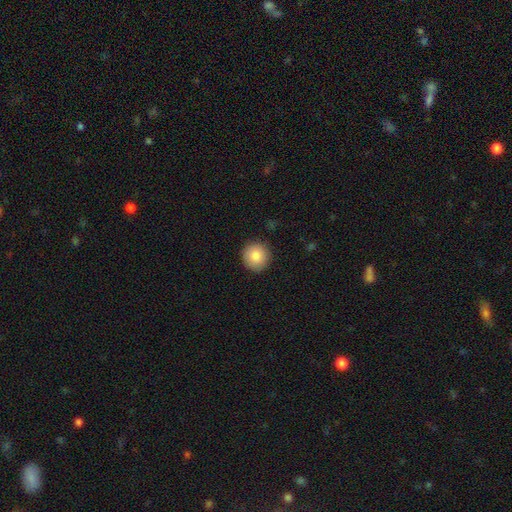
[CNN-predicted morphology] Smooth or featured: smooth — 86% (star or artifact — 8%)
How rounded: round — 94% (in between — 5%)
Merging: none — 90% (minor disturbance — 7%)